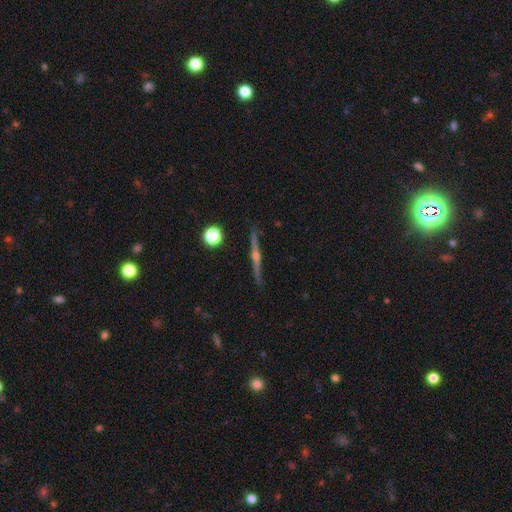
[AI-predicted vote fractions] A featured or disk galaxy (75%) viewed edge-on (97%) with a rounded central bulge (86%).

Vote fractions:
- Smooth or featured? featured or disk: 75% / smooth: 14% / star or artifact: 11%
- Edge-on disk? yes: 97% / no: 3%
- Edge-on bulge? rounded: 86% / none: 9% / boxy: 6%
- Merging? none: 88% / minor disturbance: 8% / major disturbance: 2% / merger: 2%